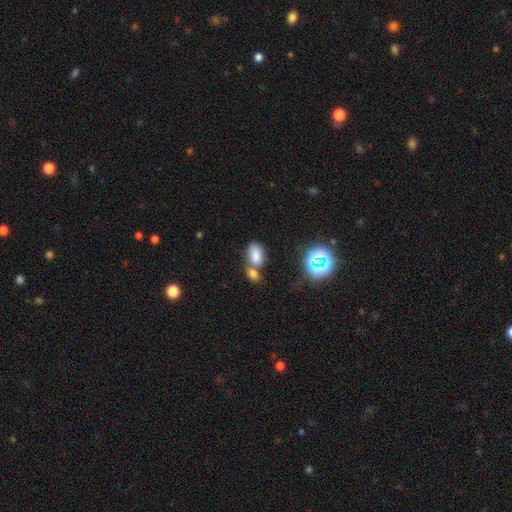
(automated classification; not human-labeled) Smooth or featured? smooth (76%)
How rounded? in between (88%)
Merging? merger (47%)